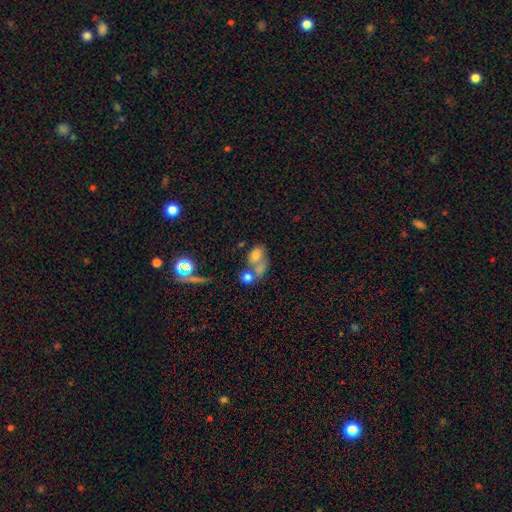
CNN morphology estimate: This is likely a smooth galaxy (64%). How rounded: likely in between (73%). Merging: possibly merger (56%).